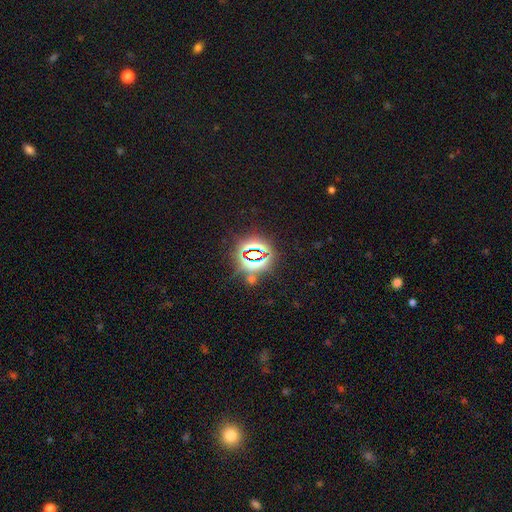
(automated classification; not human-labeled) A star or artifact, not a galaxy (80%).